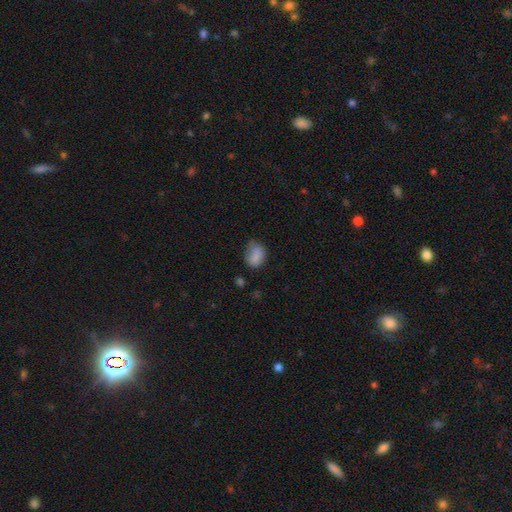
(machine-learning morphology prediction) Smooth or featured?
  - smooth: 83% *
  - star or artifact: 9%
  - featured or disk: 8%
How rounded?
  - in between: 68% *
  - round: 31%
  - cigar-shaped: 1%
Merging?
  - none: 54% *
  - minor disturbance: 33%
  - major disturbance: 10%
  - merger: 2%